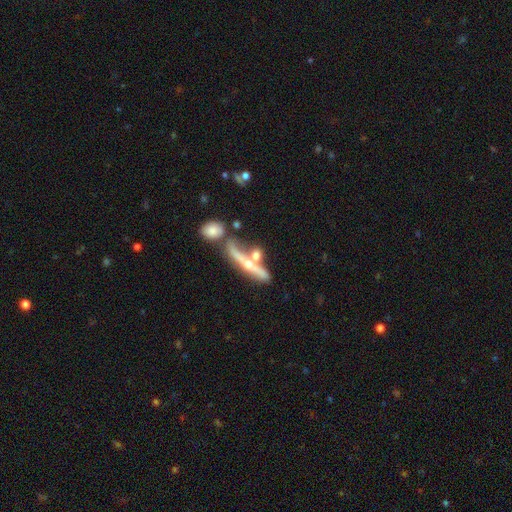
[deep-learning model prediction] Smooth or featured? featured or disk (64%)
Edge-on disk? yes (85%)
Edge-on bulge? rounded (87%)
Merging? none (46%)